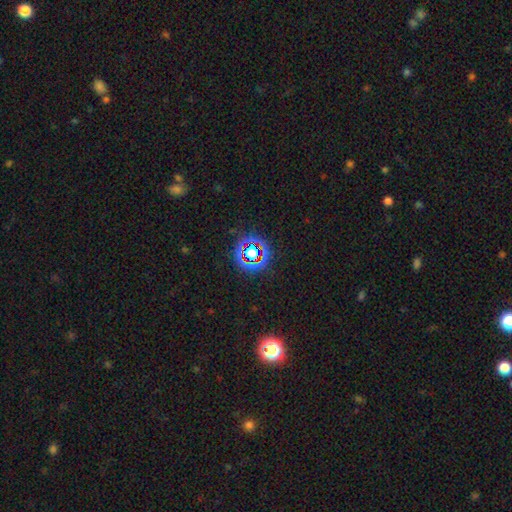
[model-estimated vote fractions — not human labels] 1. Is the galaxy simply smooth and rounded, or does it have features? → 72% star or artifact, 19% smooth, 10% featured or disk.